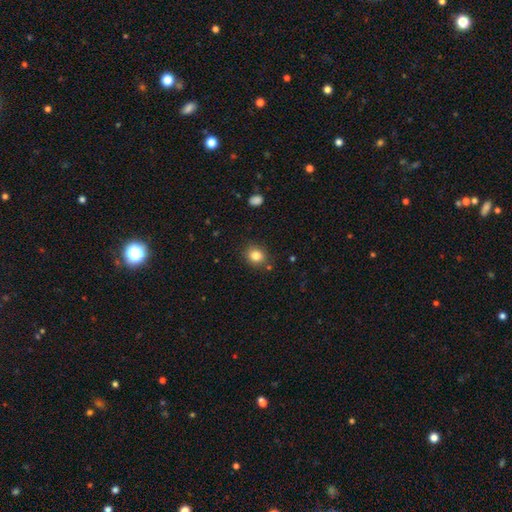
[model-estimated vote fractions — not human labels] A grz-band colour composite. It shows a smooth galaxy with no disk features (83%) that is round (72%). Merging: none (85%).